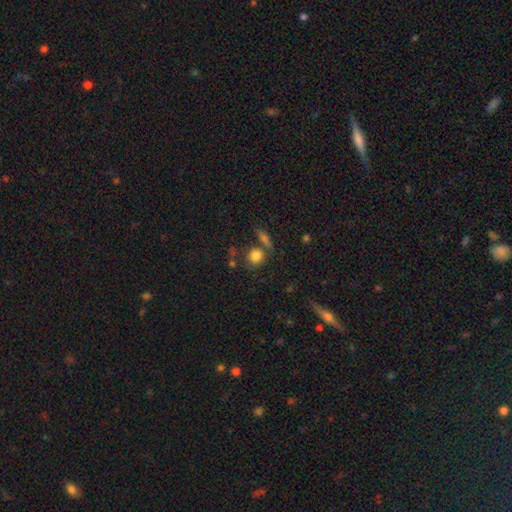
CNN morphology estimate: This is clearly a smooth galaxy (81%). How rounded: clearly round (80%). Merging: likely none (64%).